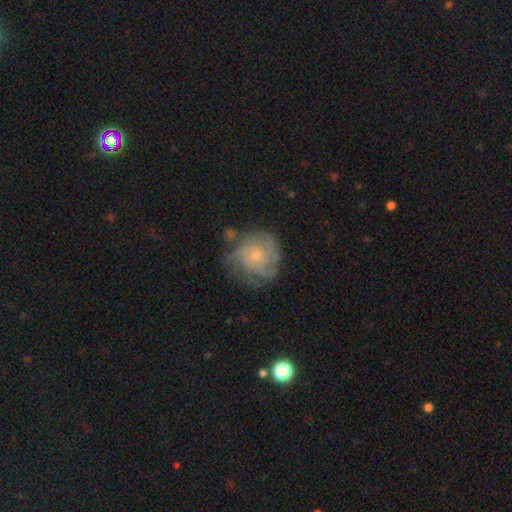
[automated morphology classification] Smooth or featured?
  - featured or disk: 67% *
  - smooth: 25%
  - star or artifact: 7%
Edge-on disk?
  - no: 98% *
  - yes: 2%
Bar?
  - no: 79% *
  - weak: 18%
  - strong: 2%
Spiral arms?
  - yes: 86% *
  - no: 14%
Spiral winding?
  - tight: 59% *
  - medium: 31%
  - loose: 10%
Spiral arm count?
  - can't tell: 41% *
  - 3: 21%
  - 4: 16%
  - 2: 11%
  - more than 4: 6%
  - 1: 5%
Bulge size?
  - small: 65% *
  - moderate: 28%
  - none: 4%
  - large: 2%
  - dominant: 1%
Merging?
  - none: 63% *
  - minor disturbance: 23%
  - major disturbance: 11%
  - merger: 4%